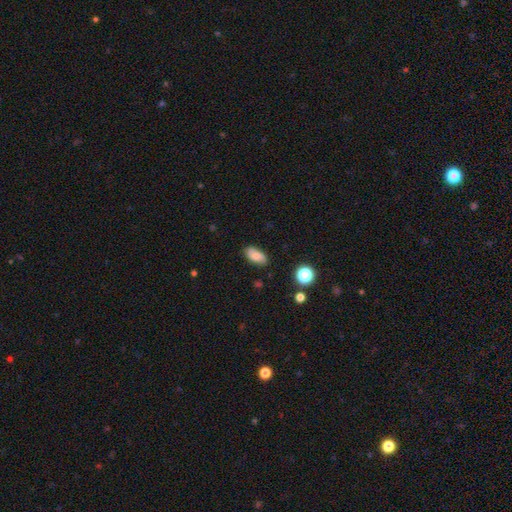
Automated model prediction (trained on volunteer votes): A smooth galaxy with no disk features (62%) that is in between round and cigar-shaped (90%). Merging: none (78%).